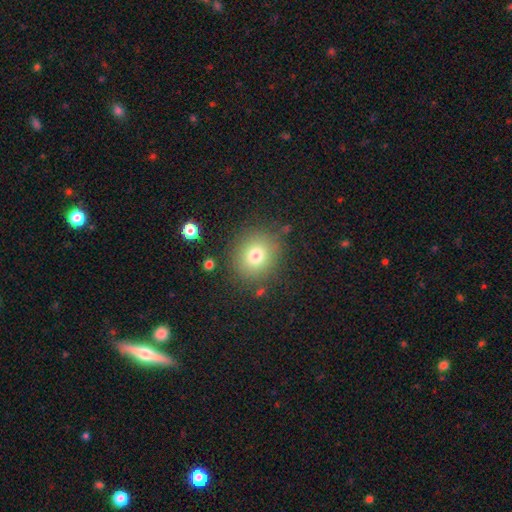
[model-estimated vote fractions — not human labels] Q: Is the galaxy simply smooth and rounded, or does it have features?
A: smooth — 76%.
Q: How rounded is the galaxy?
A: round — 85%.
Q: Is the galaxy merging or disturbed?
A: none — 83%.